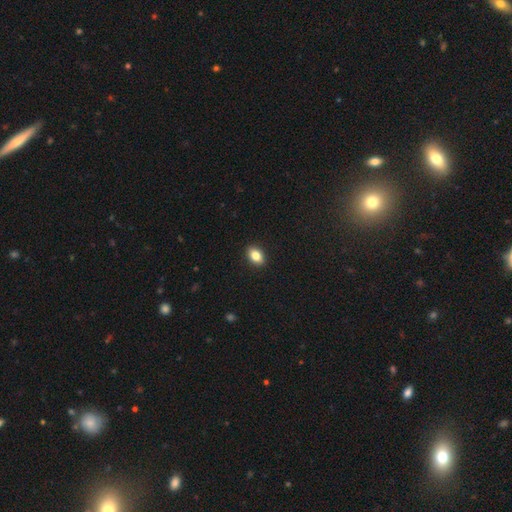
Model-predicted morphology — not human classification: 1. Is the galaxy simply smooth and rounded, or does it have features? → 82% smooth, 9% featured or disk, 9% star or artifact.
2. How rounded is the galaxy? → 84% in between, 14% round, 2% cigar-shaped.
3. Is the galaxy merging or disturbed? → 91% none, 7% minor disturbance, 2% major disturbance, 1% merger.